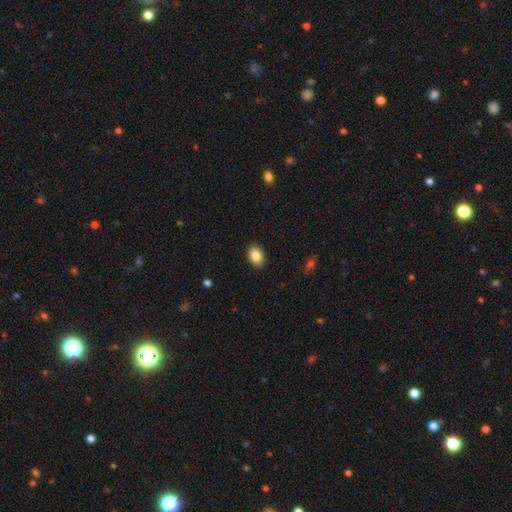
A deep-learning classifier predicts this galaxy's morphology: smooth-or-featured: smooth: 86% | star or artifact: 8% | featured or disk: 6%
  how-rounded: in between: 82% | round: 16% | cigar-shaped: 1%
  merging: none: 90% | minor disturbance: 7% | major disturbance: 2% | merger: 1%